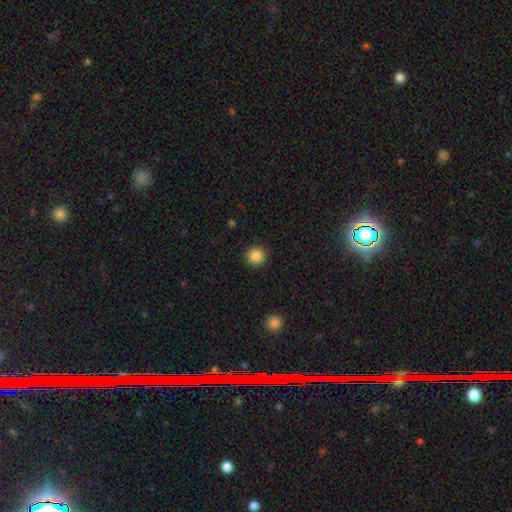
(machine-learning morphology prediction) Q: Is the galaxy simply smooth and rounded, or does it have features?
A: smooth — 87%.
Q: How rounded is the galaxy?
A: round — 92%.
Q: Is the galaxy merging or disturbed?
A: none — 91%.